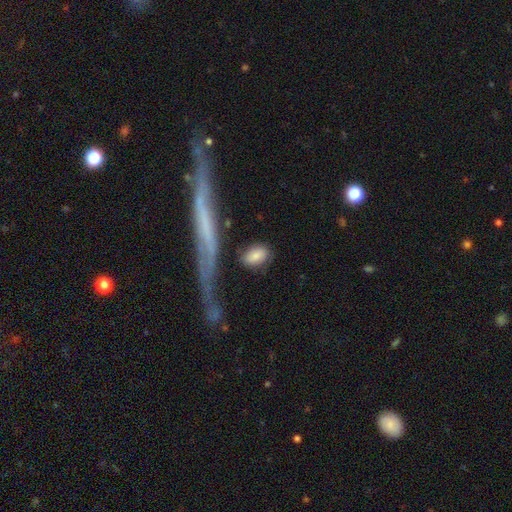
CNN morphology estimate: smooth_or_featured: smooth (p=0.82) [alt: featured or disk p=0.12]
how_rounded: in between (p=0.85) [alt: round p=0.11]
merging: none (p=0.72) [alt: minor disturbance p=0.14]